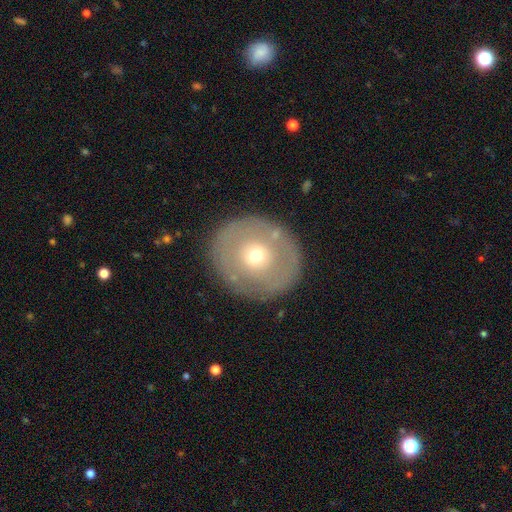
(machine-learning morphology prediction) Smooth or featured? Predicted: featured or disk (p=0.46, tied with smooth). Merging? Predicted: none (p=0.82).